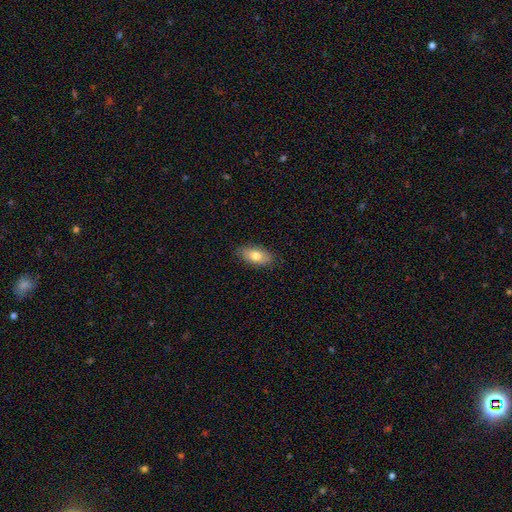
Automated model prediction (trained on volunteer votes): A smooth galaxy with no disk features (76%) that is in between round and cigar-shaped (90%). Merging: none (84%).